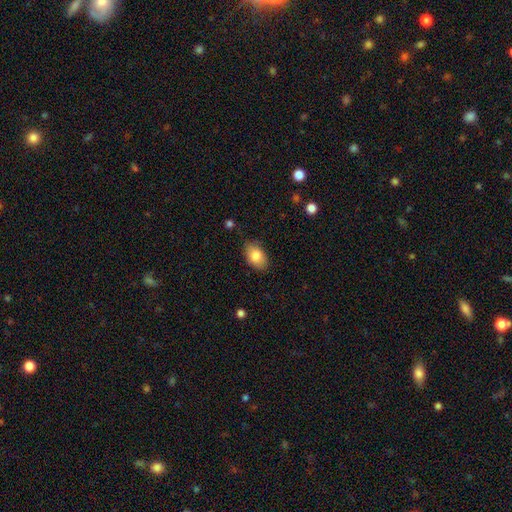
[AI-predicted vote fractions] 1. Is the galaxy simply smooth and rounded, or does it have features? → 83% smooth, 10% featured or disk, 7% star or artifact.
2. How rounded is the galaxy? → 88% in between, 11% round, 1% cigar-shaped.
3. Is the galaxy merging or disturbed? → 81% none, 15% minor disturbance, 3% major disturbance, 1% merger.